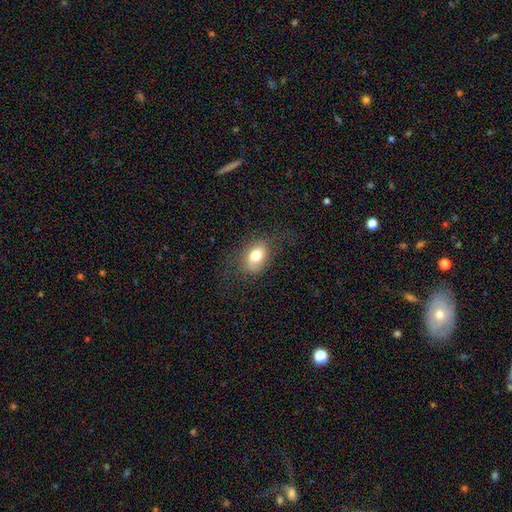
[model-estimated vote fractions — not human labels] This is likely a smooth galaxy (73%). How rounded: likely in between (80%). Merging: likely none (73%).